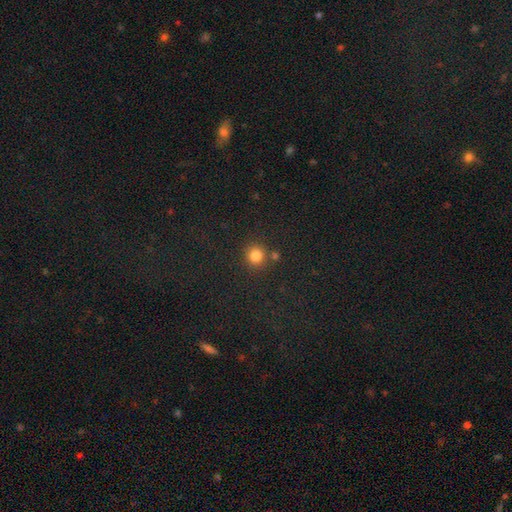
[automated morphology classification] Smooth or featured?
  - smooth: 81% *
  - star or artifact: 14%
  - featured or disk: 5%
How rounded?
  - round: 92% *
  - in between: 7%
  - cigar-shaped: 1%
Merging?
  - none: 81% *
  - merger: 8%
  - minor disturbance: 8%
  - major disturbance: 3%